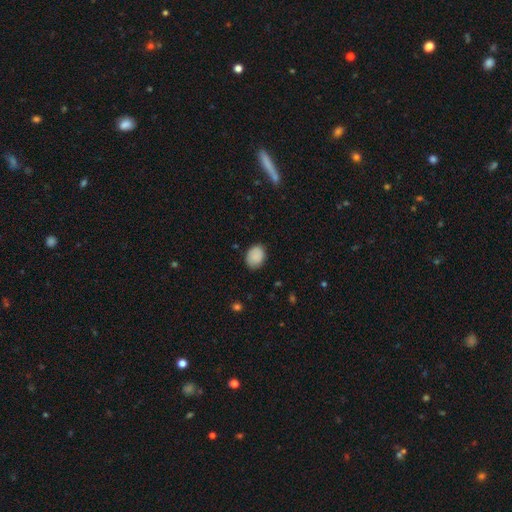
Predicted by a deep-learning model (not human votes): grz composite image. It shows a smooth galaxy with no disk features (88%) that is in between round and cigar-shaped (61%). Merging: none (82%).